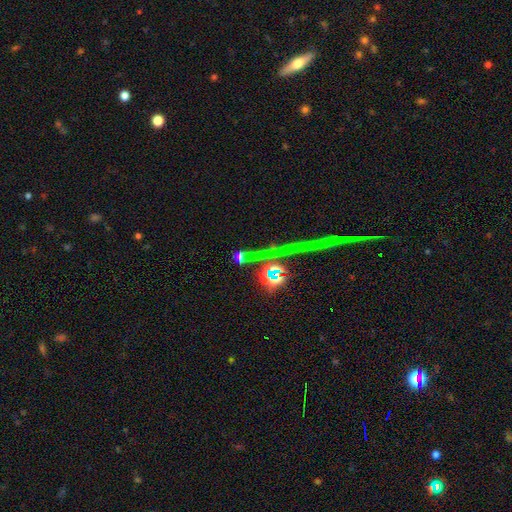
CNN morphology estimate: Smooth or featured? star or artifact (74%)